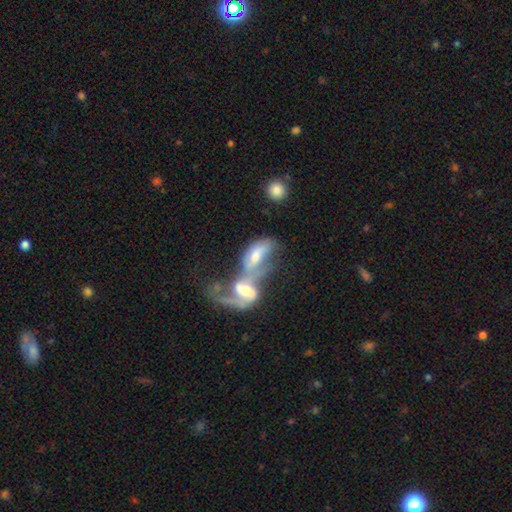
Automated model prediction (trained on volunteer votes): This appears to be a featured or disk galaxy (57%) with a weak bar (39%), spiral arms (67%) and a moderate central bulge (52%). Merging: merger (80%).